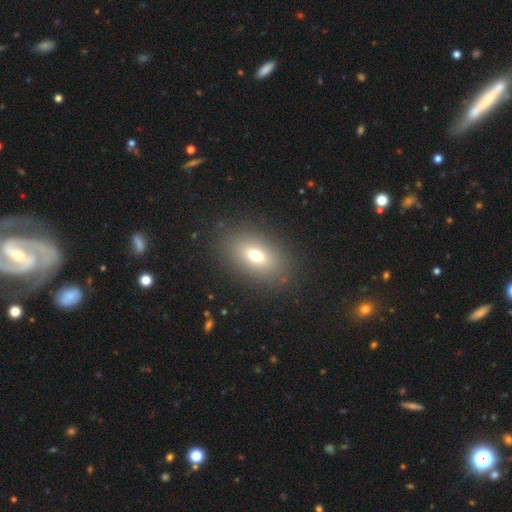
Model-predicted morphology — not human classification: Smooth or featured? Predicted: smooth (p=0.72). How rounded? Predicted: in between (p=0.86). Merging? Predicted: none (p=0.86).